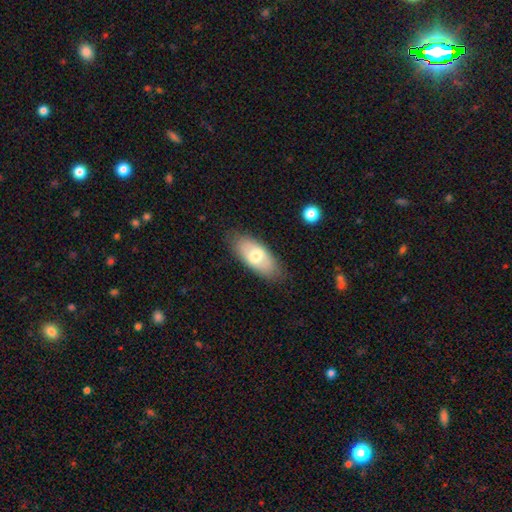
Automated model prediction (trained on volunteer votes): This is likely a smooth galaxy (64%). How rounded: clearly in between (88%). Merging: clearly none (82%).